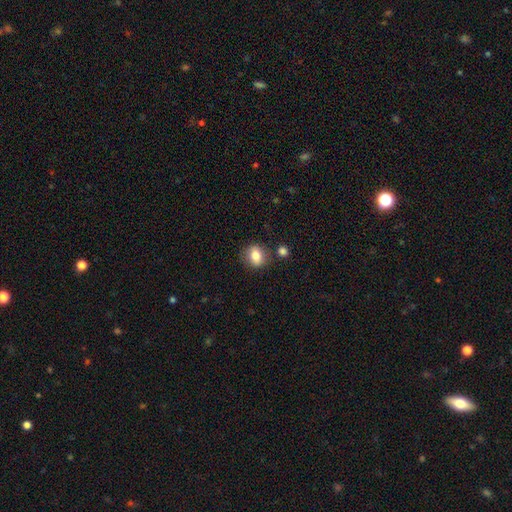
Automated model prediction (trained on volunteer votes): Q: Smooth or featured?
A: smooth (81%); runner-up: featured or disk (11%)
Q: How rounded?
A: in between (52%); runner-up: round (46%)
Q: Merging?
A: none (78%); runner-up: minor disturbance (12%)